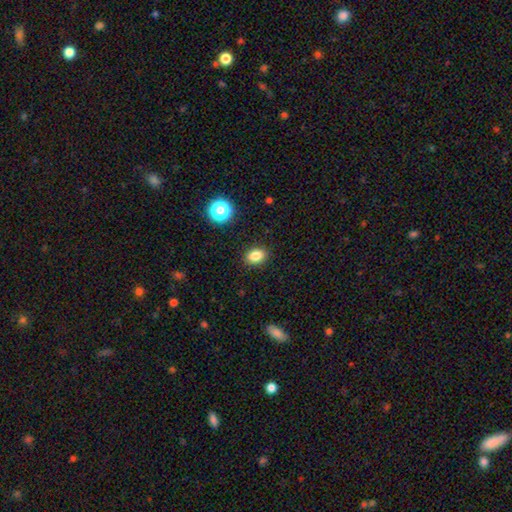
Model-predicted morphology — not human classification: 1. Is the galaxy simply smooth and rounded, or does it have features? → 83% smooth, 12% star or artifact, 5% featured or disk.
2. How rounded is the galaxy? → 66% in between, 33% round, 1% cigar-shaped.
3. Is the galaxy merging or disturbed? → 89% none, 7% minor disturbance, 2% major disturbance, 1% merger.